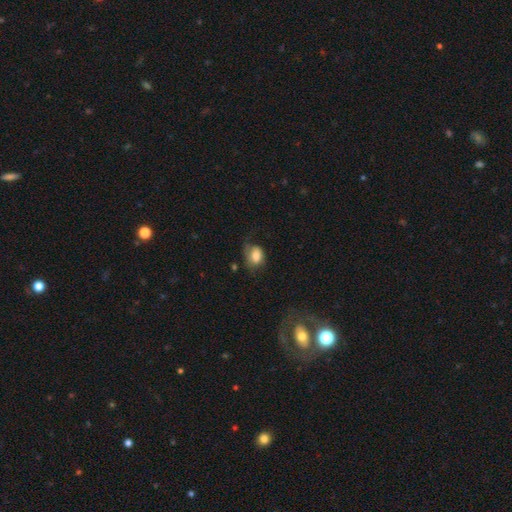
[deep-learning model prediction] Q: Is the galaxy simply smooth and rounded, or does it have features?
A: smooth — 76%.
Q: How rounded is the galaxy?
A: in between — 64%.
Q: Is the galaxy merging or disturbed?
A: none — 45%.